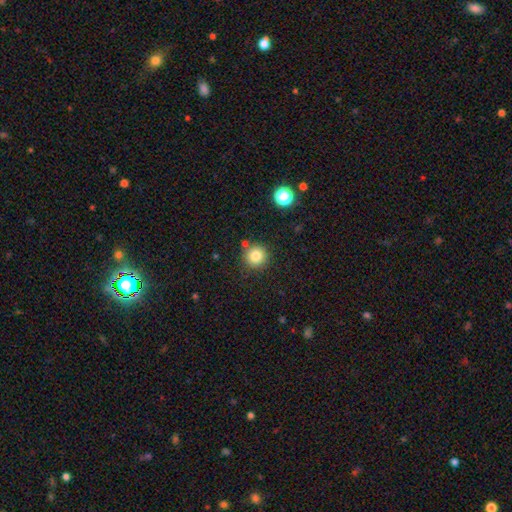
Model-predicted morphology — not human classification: The model was most divided on "smooth or featured": smooth: 81%, star or artifact: 12%, featured or disk: 7%. More confident: how rounded — round (95%); merging — none (83%).